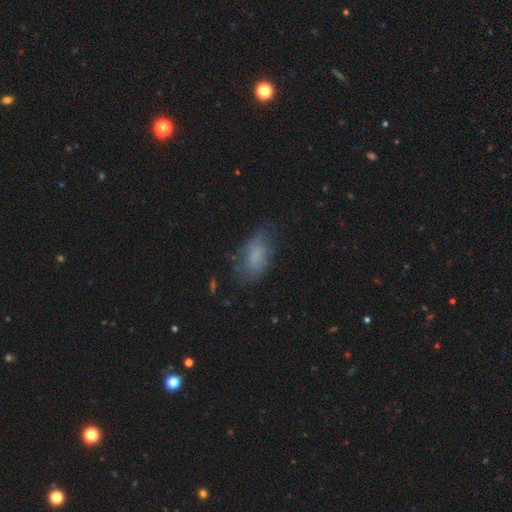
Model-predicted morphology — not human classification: smooth_or_featured: smooth (p=0.69) [alt: featured or disk p=0.20]
how_rounded: in between (p=0.90) [alt: round p=0.05]
merging: none (p=0.55) [alt: minor disturbance p=0.29]